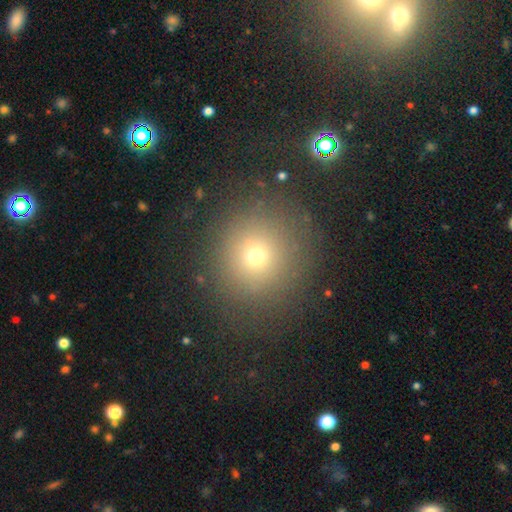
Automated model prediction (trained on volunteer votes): smooth_or_featured: smooth (p=0.68) [alt: star or artifact p=0.21]
how_rounded: round (p=0.91) [alt: in between p=0.08]
merging: none (p=0.84) [alt: minor disturbance p=0.09]